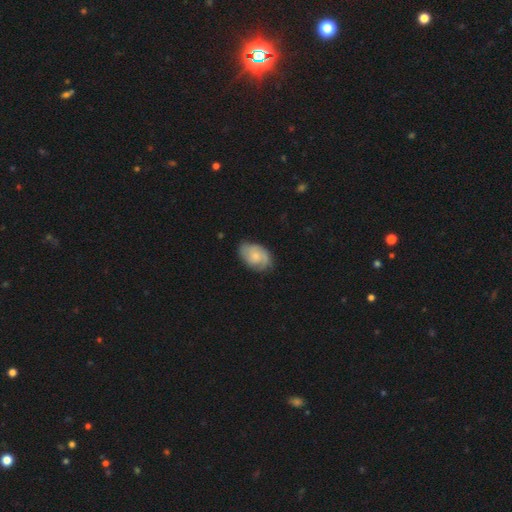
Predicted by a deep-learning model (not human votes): smooth_or_featured: featured or disk (p=0.57) [alt: smooth p=0.37]
disk_edge_on: no (p=0.97) [alt: yes p=0.03]
bar: no (p=0.73) [alt: weak p=0.24]
has_spiral_arms: yes (p=0.89) [alt: no p=0.11]
bulge_size: small (p=0.57) [alt: moderate p=0.33]
merging: none (p=0.69) [alt: minor disturbance p=0.23]